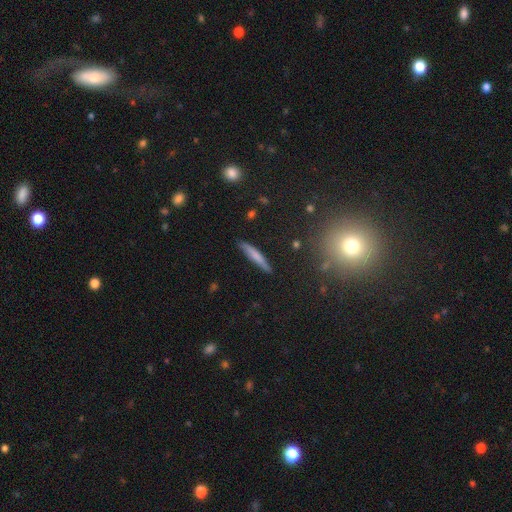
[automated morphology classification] Smooth or featured?
  - smooth: 67% *
  - featured or disk: 26%
  - star or artifact: 7%
How rounded?
  - cigar-shaped: 92% *
  - in between: 7%
  - round: 2%
Merging?
  - none: 83% *
  - minor disturbance: 13%
  - major disturbance: 3%
  - merger: 2%